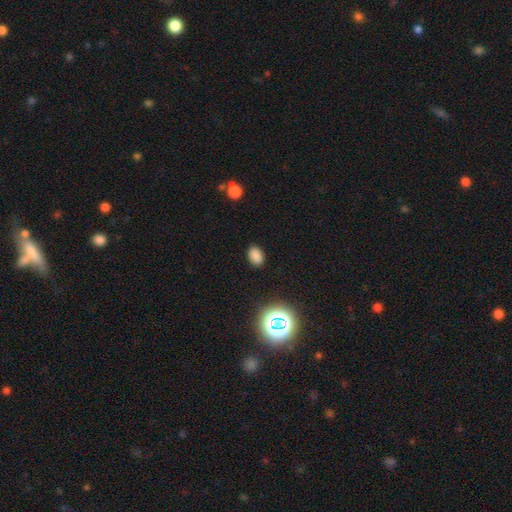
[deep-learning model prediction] Smooth or featured: smooth — 80% (star or artifact — 16%)
How rounded: in between — 84% (round — 15%)
Merging: none — 88% (minor disturbance — 9%)